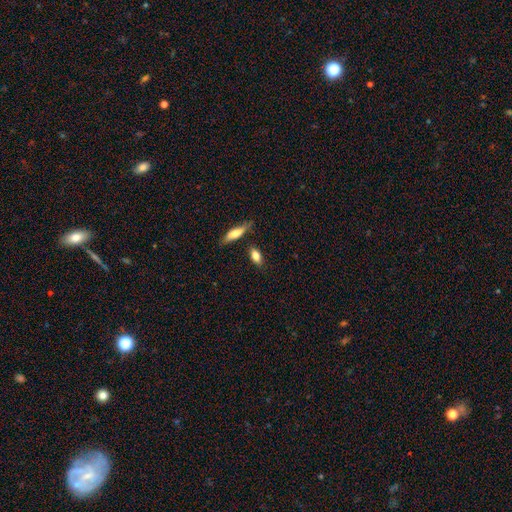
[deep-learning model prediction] Smooth or featured? smooth (81%)
How rounded? in between (81%)
Merging? none (77%)